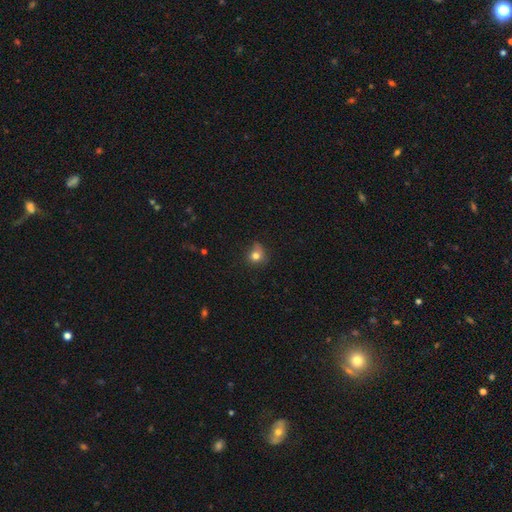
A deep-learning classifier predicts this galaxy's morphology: smooth_or_featured: smooth (p=0.77) [alt: star or artifact p=0.13]
how_rounded: round (p=0.80) [alt: in between p=0.19]
merging: none (p=0.56) [alt: minor disturbance p=0.30]